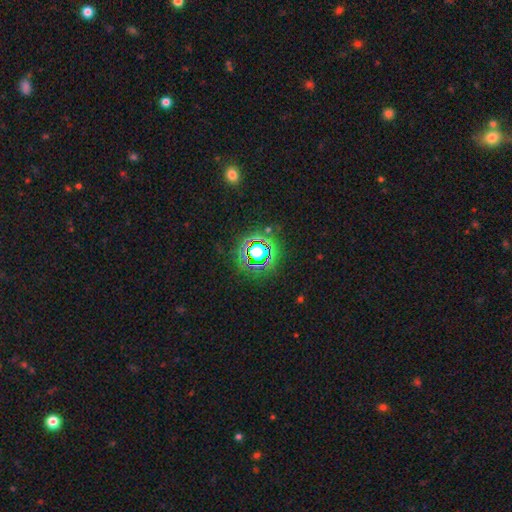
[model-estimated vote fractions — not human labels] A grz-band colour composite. It shows a star or artifact, not a galaxy (77%).